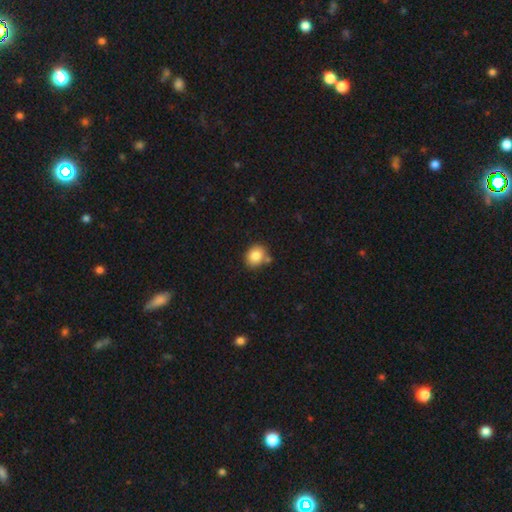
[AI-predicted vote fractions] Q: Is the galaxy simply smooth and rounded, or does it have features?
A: smooth — 84%.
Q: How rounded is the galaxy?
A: round — 65%.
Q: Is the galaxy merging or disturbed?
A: none — 75%.